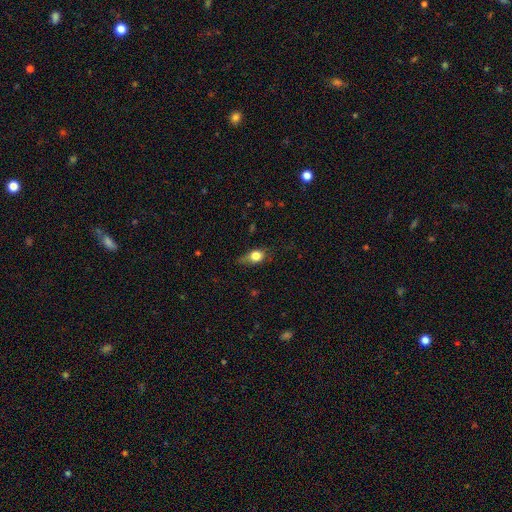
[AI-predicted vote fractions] Smooth or featured?
  - smooth: 74% *
  - featured or disk: 16%
  - star or artifact: 10%
How rounded?
  - in between: 51% *
  - round: 43%
  - cigar-shaped: 6%
Merging?
  - none: 50% *
  - minor disturbance: 34%
  - major disturbance: 14%
  - merger: 2%